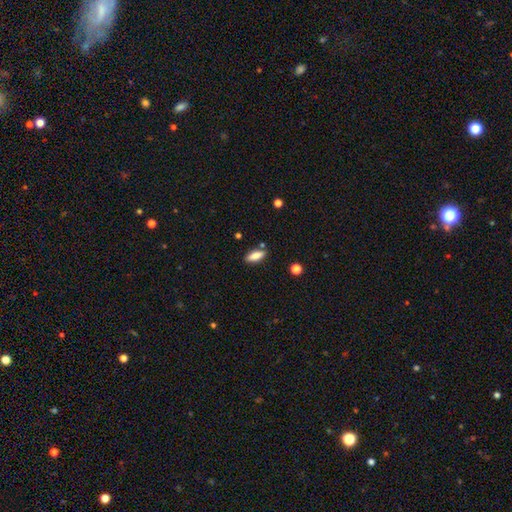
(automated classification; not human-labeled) smooth-or-featured: smooth: 81% | featured or disk: 11% | star or artifact: 7%
  how-rounded: in between: 67% | cigar-shaped: 30% | round: 3%
  merging: none: 82% | minor disturbance: 11% | merger: 4% | major disturbance: 2%